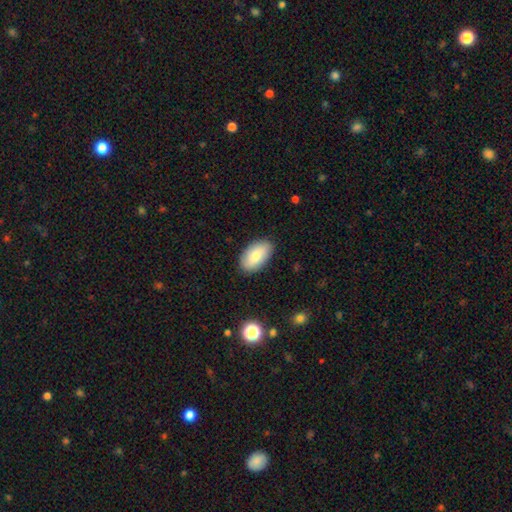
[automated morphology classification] A smooth galaxy with no disk features (76%) that is in between round and cigar-shaped (94%). Merging: none (87%).